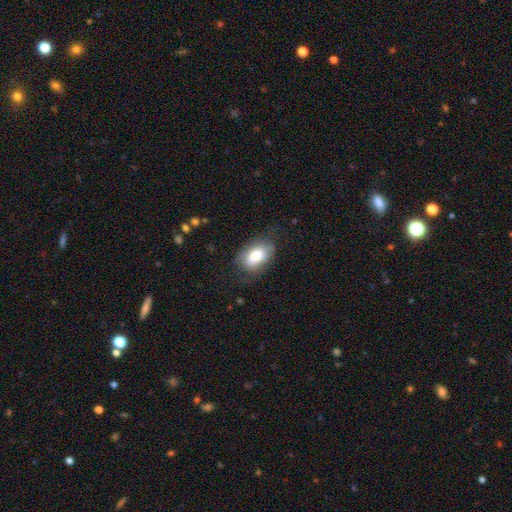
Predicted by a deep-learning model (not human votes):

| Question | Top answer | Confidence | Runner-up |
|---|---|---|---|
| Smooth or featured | smooth | 76% | featured or disk (17%) |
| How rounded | in between | 89% | round (9%) |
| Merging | none | 65% | minor disturbance (23%) |